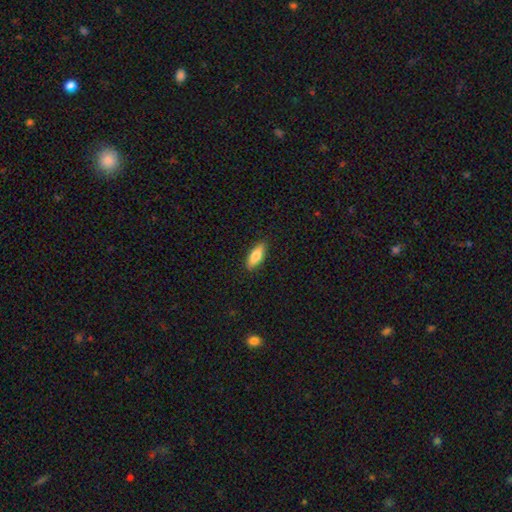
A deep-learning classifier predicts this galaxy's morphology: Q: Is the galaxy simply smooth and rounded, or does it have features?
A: smooth — 81%.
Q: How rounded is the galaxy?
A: in between — 69%.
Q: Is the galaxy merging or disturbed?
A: none — 88%.